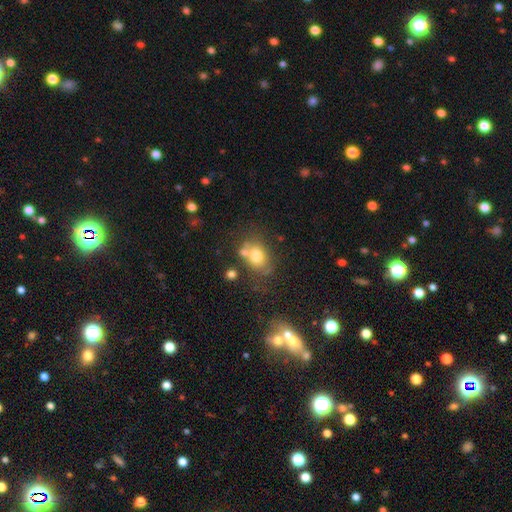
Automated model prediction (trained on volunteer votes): smooth 70%, featured or disk 17%, star or artifact 13%. Down the decision tree: how rounded — in between (53%); merging — none (55%).